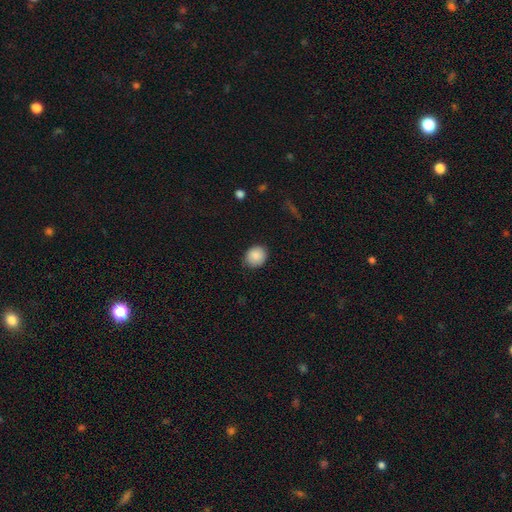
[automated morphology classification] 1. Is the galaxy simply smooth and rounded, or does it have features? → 87% smooth, 8% star or artifact, 5% featured or disk.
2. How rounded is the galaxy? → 71% round, 28% in between, 1% cigar-shaped.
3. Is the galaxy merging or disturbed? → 85% none, 12% minor disturbance, 2% major disturbance, 1% merger.